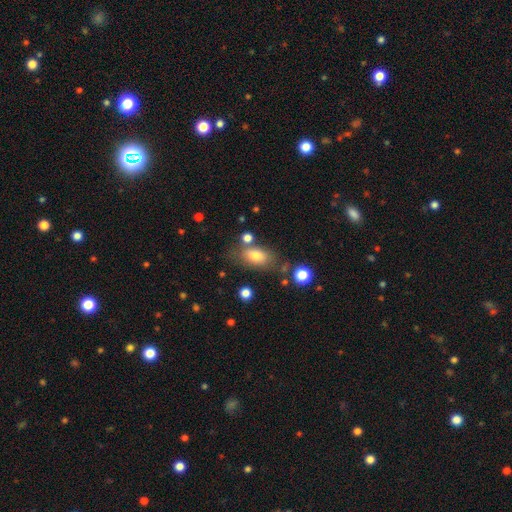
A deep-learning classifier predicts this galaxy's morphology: The model was most divided on "merging": none: 66%, minor disturbance: 17%, merger: 10%, major disturbance: 7%. More confident: how rounded — in between (86%); smooth or featured — smooth (77%).